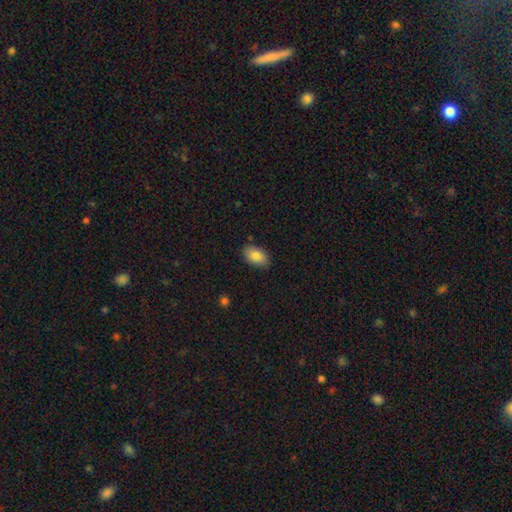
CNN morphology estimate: A smooth galaxy with no disk features (84%) that is in between round and cigar-shaped (91%). Merging: none (84%).